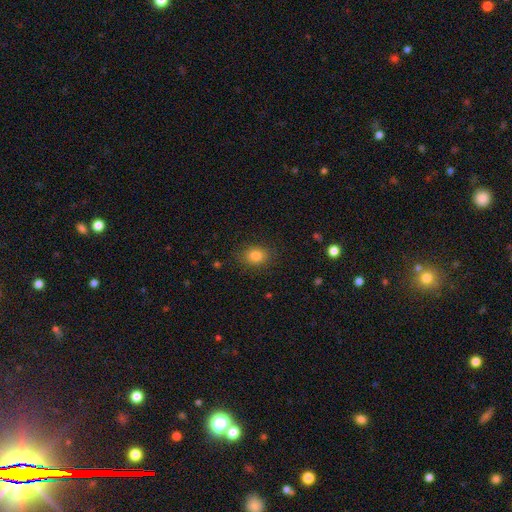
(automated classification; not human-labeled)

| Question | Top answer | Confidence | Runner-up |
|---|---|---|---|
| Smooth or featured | smooth | 83% | star or artifact (11%) |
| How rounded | in between | 52% | round (47%) |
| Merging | none | 86% | minor disturbance (10%) |